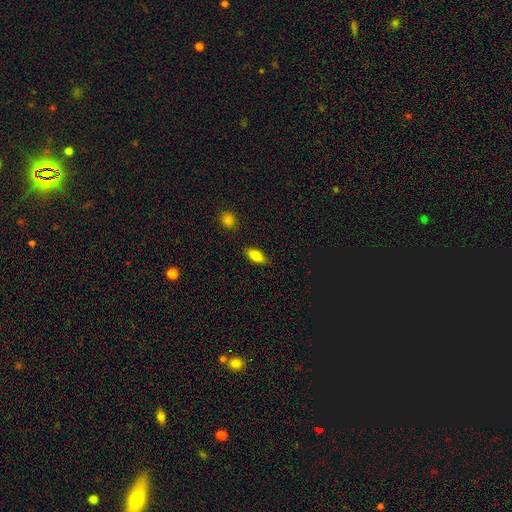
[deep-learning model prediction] smooth_or_featured: smooth (p=0.83) [alt: featured or disk p=0.09]
how_rounded: in between (p=0.86) [alt: cigar-shaped p=0.11]
merging: none (p=0.84) [alt: minor disturbance p=0.11]